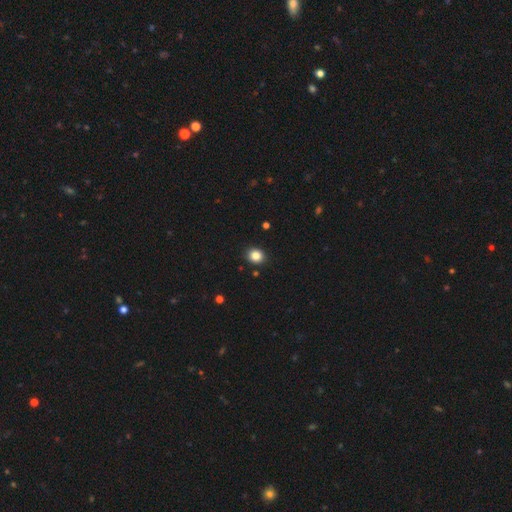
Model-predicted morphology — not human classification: This appears to be a smooth galaxy with no disk features (84%) that is round (68%). Merging: none (91%).